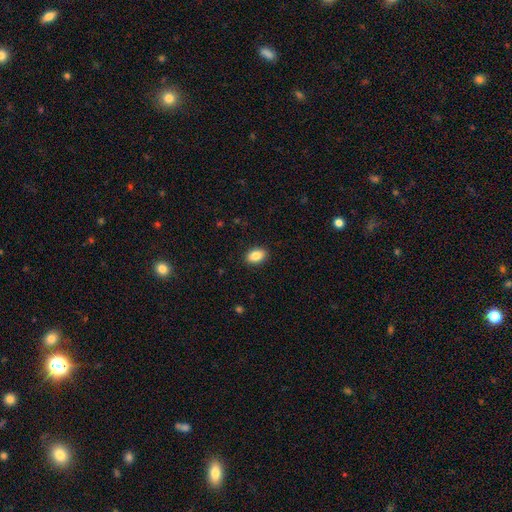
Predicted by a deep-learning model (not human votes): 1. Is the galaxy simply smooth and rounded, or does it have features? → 85% smooth, 8% star or artifact, 7% featured or disk.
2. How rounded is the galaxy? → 87% in between, 11% round, 1% cigar-shaped.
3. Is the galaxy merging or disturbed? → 90% none, 7% minor disturbance, 2% major disturbance, 1% merger.